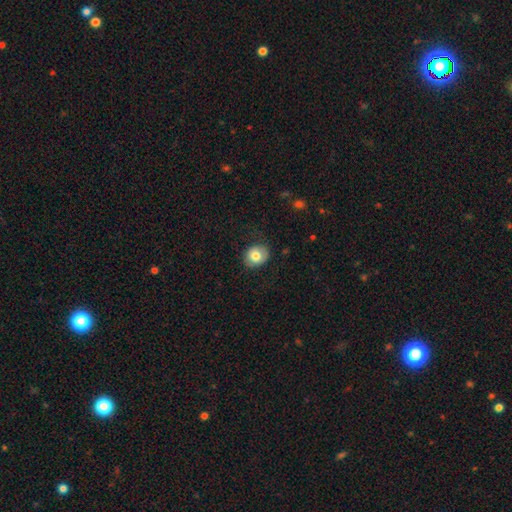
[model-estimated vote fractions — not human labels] Smooth or featured? smooth (78%)
How rounded? round (61%)
Merging? none (80%)